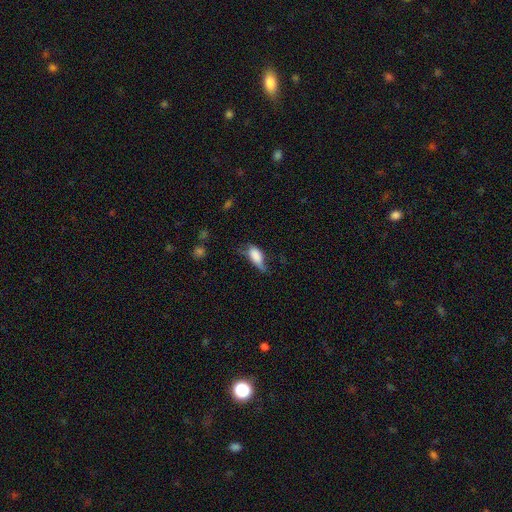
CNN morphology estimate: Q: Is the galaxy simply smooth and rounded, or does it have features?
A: smooth — 73%.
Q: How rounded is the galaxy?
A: in between — 85%.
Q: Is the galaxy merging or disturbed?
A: minor disturbance — 37%.